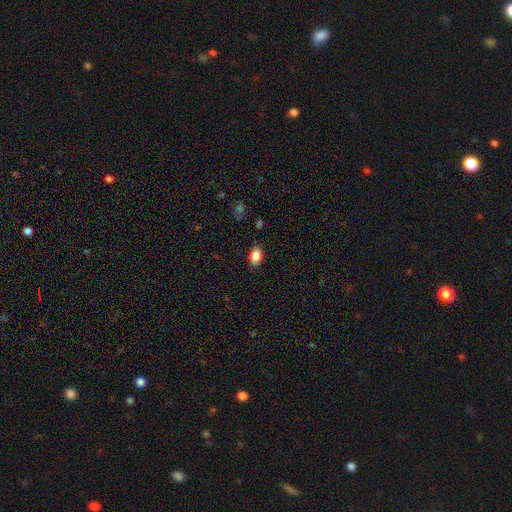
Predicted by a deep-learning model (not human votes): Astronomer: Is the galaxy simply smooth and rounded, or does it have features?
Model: smooth — 85%.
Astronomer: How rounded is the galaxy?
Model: in between — 83%.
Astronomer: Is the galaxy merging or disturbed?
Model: none — 85%.